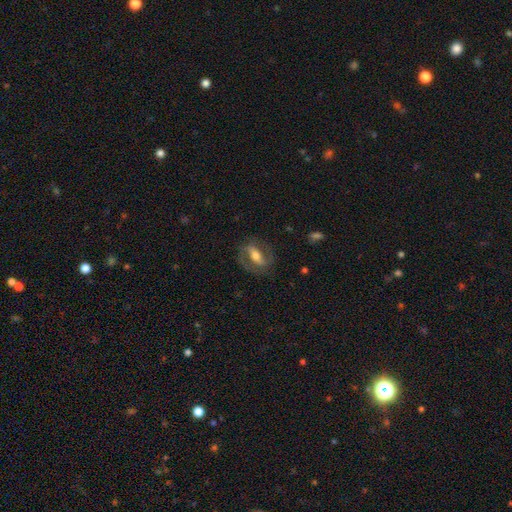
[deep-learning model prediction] smooth_or_featured: featured or disk (p=0.75) [alt: smooth p=0.19]
disk_edge_on: no (p=0.91) [alt: yes p=0.09]
bar: strong (p=0.56) [alt: weak p=0.28]
has_spiral_arms: yes (p=0.86) [alt: no p=0.14]
spiral_winding: medium (p=0.49) [alt: tight p=0.28]
spiral_arm_count: 2 (p=0.87) [alt: can't tell p=0.06]
bulge_size: moderate (p=0.62) [alt: small p=0.20]
merging: none (p=0.76) [alt: minor disturbance p=0.14]